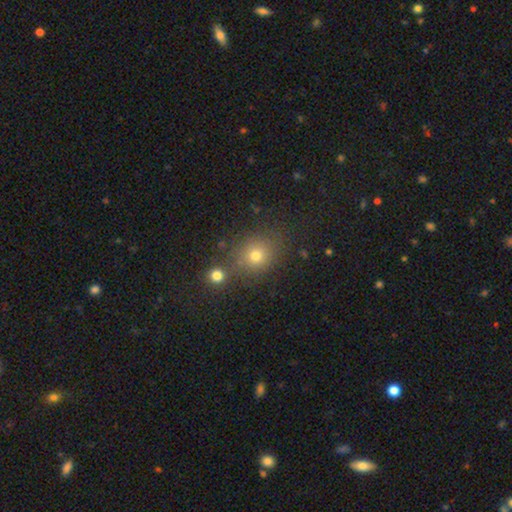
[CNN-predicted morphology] Q: Smooth or featured?
A: smooth (71%); runner-up: star or artifact (18%)
Q: How rounded?
A: round (72%); runner-up: in between (27%)
Q: Merging?
A: none (72%); runner-up: merger (12%)